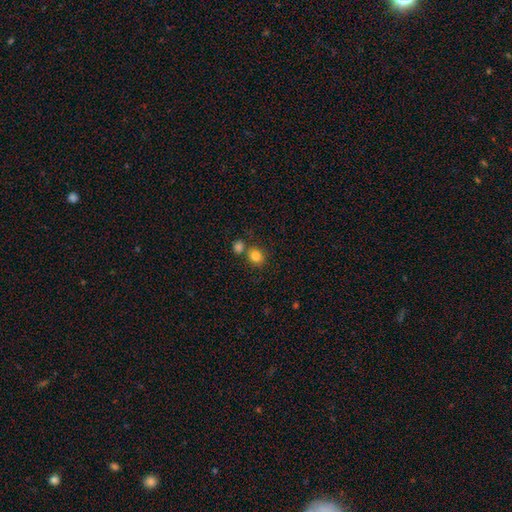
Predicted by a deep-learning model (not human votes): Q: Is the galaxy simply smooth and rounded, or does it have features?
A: smooth — 83%.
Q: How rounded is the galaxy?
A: round — 80%.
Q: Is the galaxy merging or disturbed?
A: none — 65%.